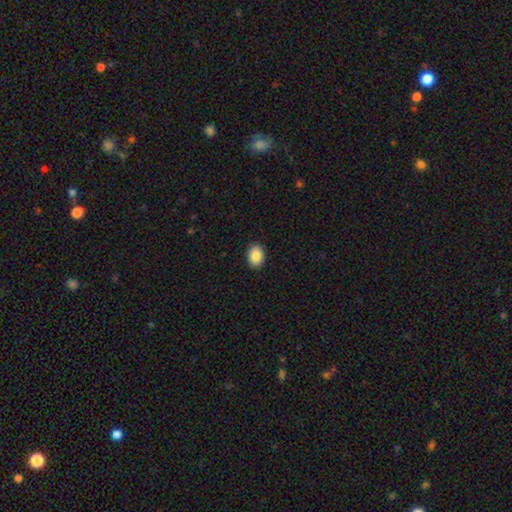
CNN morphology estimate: This appears to be a smooth galaxy with no disk features (89%) that is in between round and cigar-shaped (76%). Merging: none (91%).